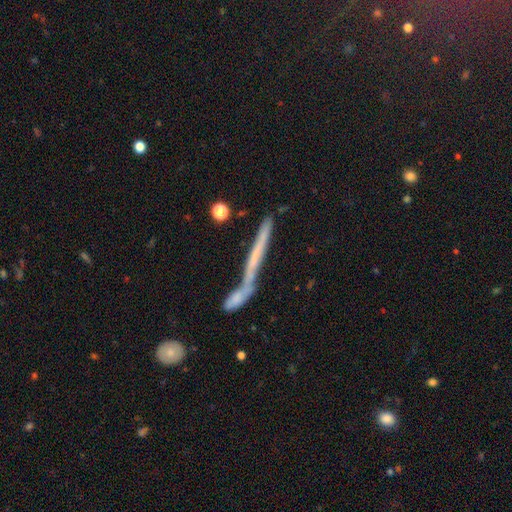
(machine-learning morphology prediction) featured or disk 54%, smooth 33%, star or artifact 13%. Down the decision tree: edge-on disk — yes (88%); merging — none (54%).